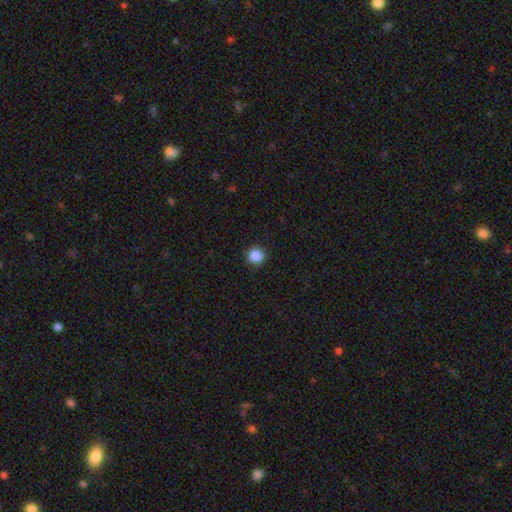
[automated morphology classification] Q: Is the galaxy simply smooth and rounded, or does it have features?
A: smooth — 87%.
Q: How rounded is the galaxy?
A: round — 94%.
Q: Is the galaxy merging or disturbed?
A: none — 93%.